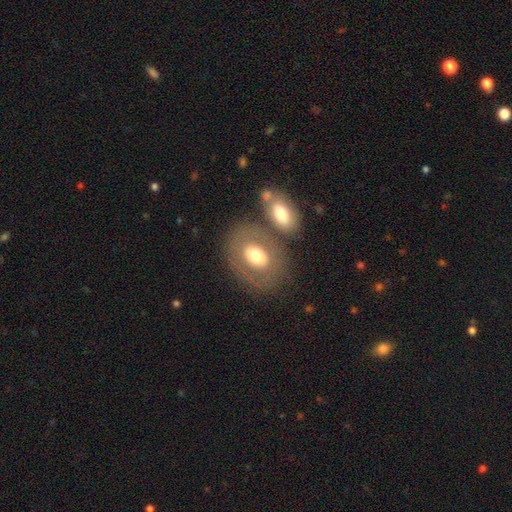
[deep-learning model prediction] Morphology: type=smooth (58%); roundness=in between (71%); merging=none (63%).